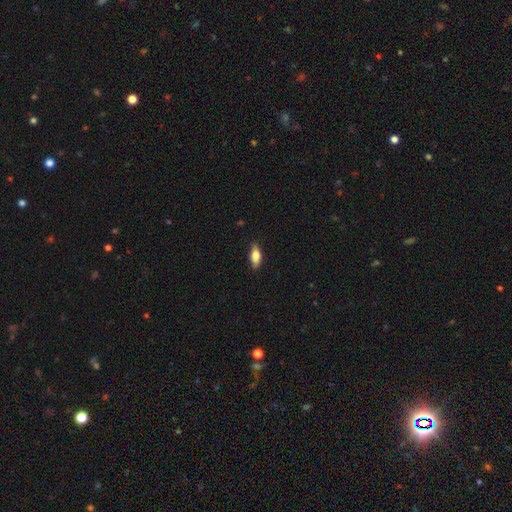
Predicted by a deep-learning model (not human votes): Morphology: type=smooth (71%); roundness=in between (74%); merging=none (85%).